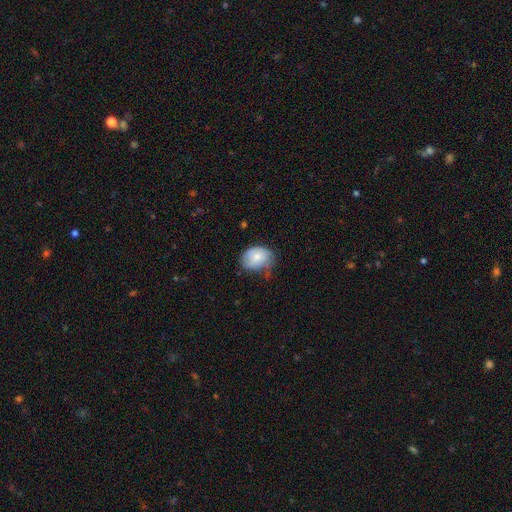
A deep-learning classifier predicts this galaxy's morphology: smooth 76%, featured or disk 17%, star or artifact 7%. Down the decision tree: how rounded — in between (69%); merging — none (48%).